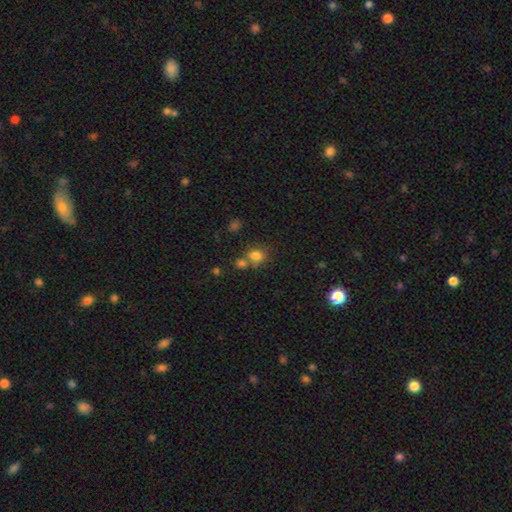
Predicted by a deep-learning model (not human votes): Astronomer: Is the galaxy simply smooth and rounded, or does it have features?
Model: smooth — 78%.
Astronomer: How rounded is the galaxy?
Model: in between — 50% (runner-up: round, 49%).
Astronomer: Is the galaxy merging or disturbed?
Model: none — 48% (runner-up: merger, 33%).